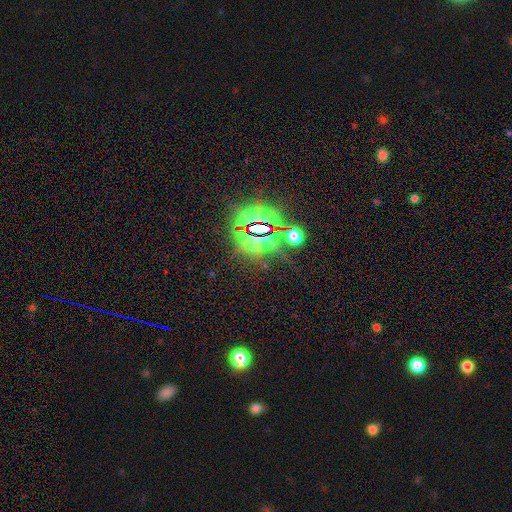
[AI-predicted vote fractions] A star or artifact, not a galaxy (85%).

Vote fractions:
- Smooth or featured? star or artifact: 85% / smooth: 8% / featured or disk: 6%